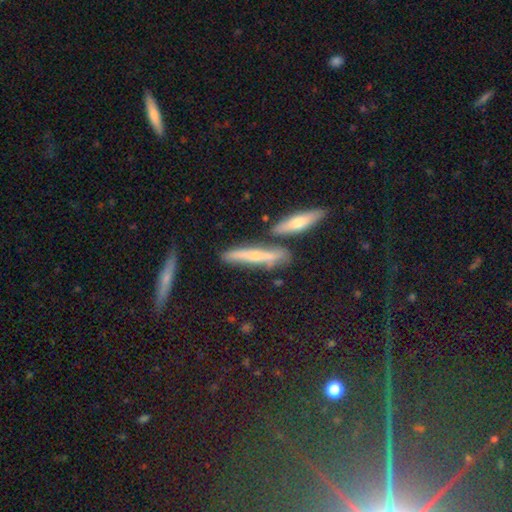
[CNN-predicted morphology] This is possibly a featured or disk galaxy (49%). Merging: likely none (72%).